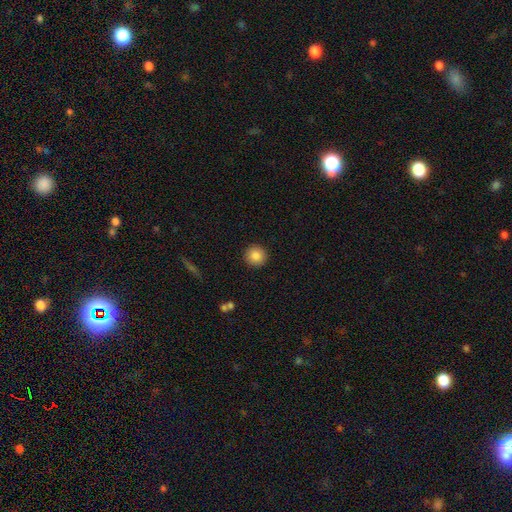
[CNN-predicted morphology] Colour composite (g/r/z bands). It shows a smooth galaxy with no disk features (86%) that is round (94%). Merging: none (92%).